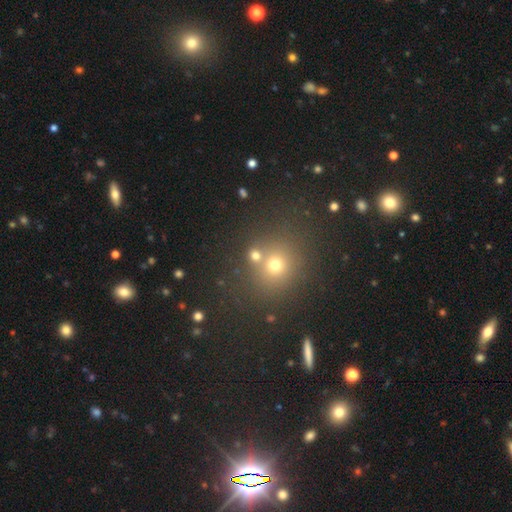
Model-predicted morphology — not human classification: Smooth or featured? Predicted: smooth (p=0.70). How rounded? Predicted: round (p=0.83). Merging? Predicted: none (p=0.66).